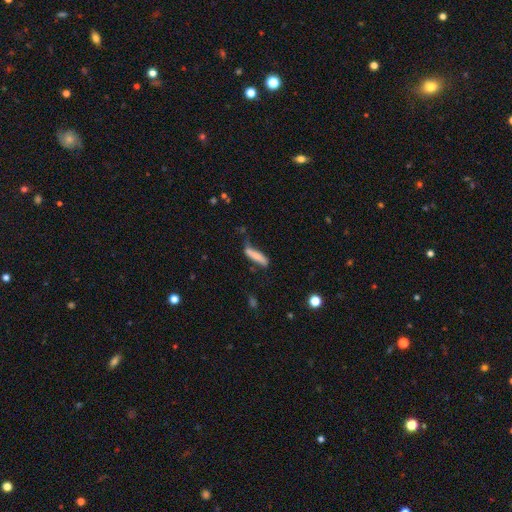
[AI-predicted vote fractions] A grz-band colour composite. It shows a smooth galaxy with no disk features (71%) that is cigar-shaped (75%). Merging: none (44%).